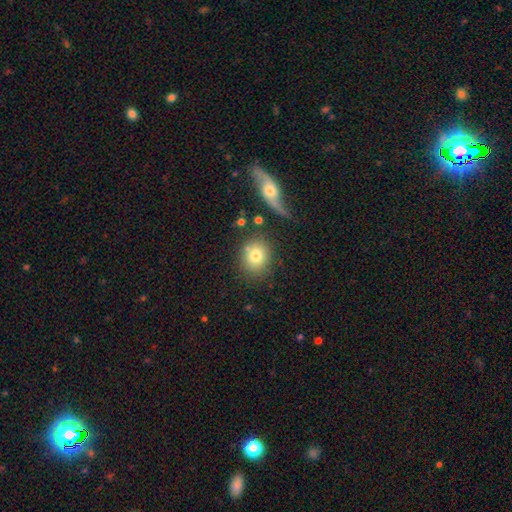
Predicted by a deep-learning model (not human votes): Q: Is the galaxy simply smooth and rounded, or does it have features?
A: smooth — 78%.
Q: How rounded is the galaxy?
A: round — 75%.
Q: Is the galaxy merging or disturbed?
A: none — 73%.